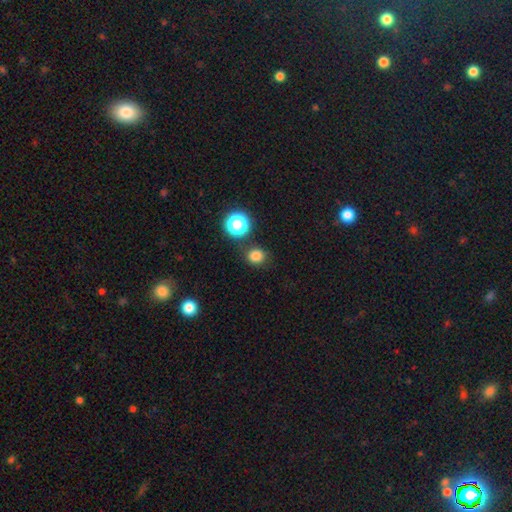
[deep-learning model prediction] smooth-or-featured: smooth: 80% | star or artifact: 16% | featured or disk: 4%
  how-rounded: round: 79% | in between: 20% | cigar-shaped: 1%
  merging: none: 82% | minor disturbance: 10% | merger: 5% | major disturbance: 3%